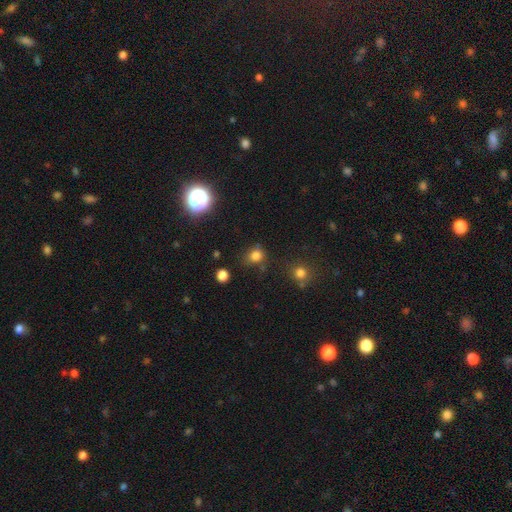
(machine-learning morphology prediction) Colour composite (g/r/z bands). It shows a smooth galaxy with no disk features (76%) that is round (71%). Merging: none (68%).